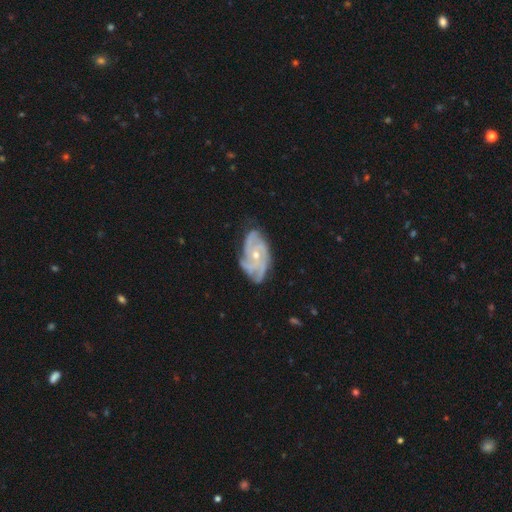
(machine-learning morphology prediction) Smooth or featured? featured or disk (87%)
Edge-on disk? no (97%)
Bar? no (74%)
Spiral arms? yes (98%)
Spiral winding? tight (59%)
Spiral arm count? 3 (33%)
Bulge size? small (58%)
Merging? none (72%)